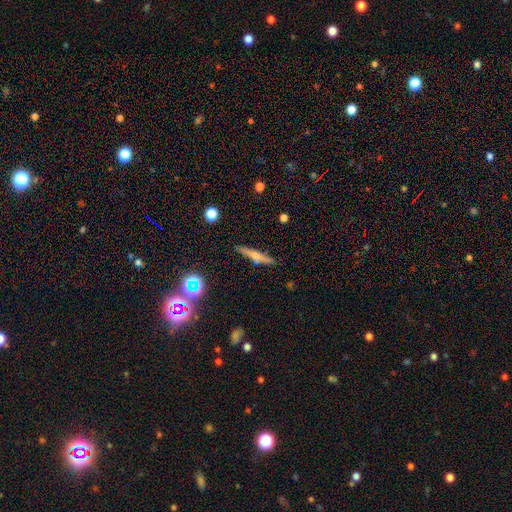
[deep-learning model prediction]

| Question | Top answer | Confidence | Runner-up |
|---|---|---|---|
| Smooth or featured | featured or disk | 56% | smooth (30%) |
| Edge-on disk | yes | 94% | no (6%) |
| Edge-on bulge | rounded | 84% | none (11%) |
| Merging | none | 88% | minor disturbance (8%) |